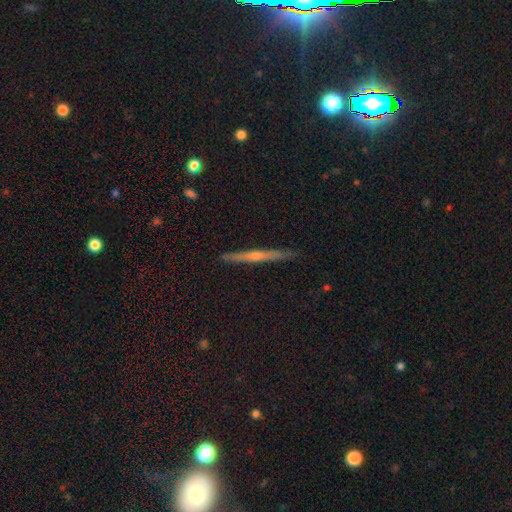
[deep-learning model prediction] A featured or disk galaxy (67%) viewed edge-on (96%) with a rounded central bulge (76%). Merging: none (90%).